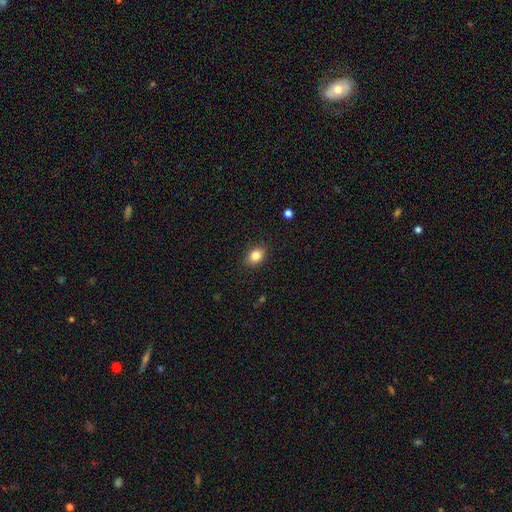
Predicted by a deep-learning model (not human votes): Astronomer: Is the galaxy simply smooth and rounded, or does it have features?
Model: smooth — 84%.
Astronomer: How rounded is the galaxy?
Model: in between — 68%.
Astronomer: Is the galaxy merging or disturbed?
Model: none — 88%.